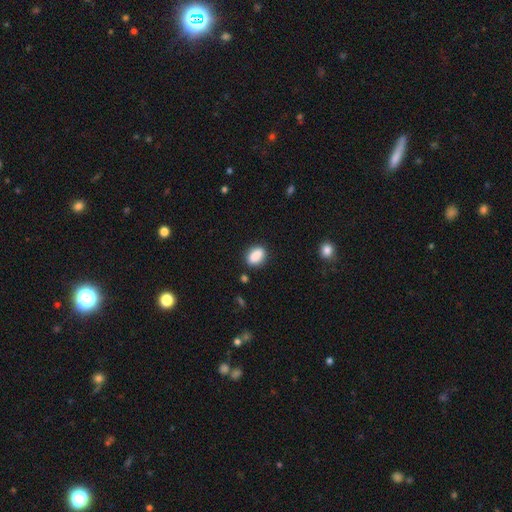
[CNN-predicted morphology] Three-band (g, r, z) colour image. It shows a smooth galaxy with no disk features (85%) that is in between round and cigar-shaped (76%). Merging: none (84%).